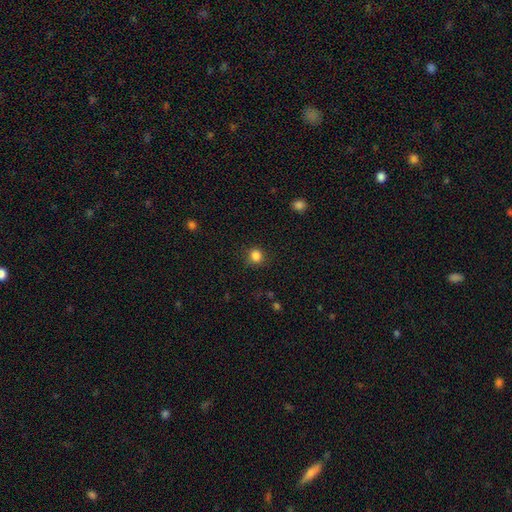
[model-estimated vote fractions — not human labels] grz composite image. It shows a smooth galaxy with no disk features (84%) that is round (85%). Merging: none (85%).